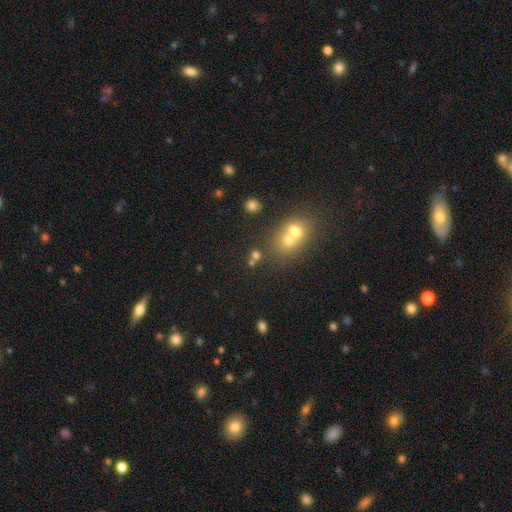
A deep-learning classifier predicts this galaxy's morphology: Q: Smooth or featured?
A: smooth (58%); runner-up: star or artifact (25%)
Q: How rounded?
A: round (70%); runner-up: in between (28%)
Q: Merging?
A: merger (52%); runner-up: none (38%)